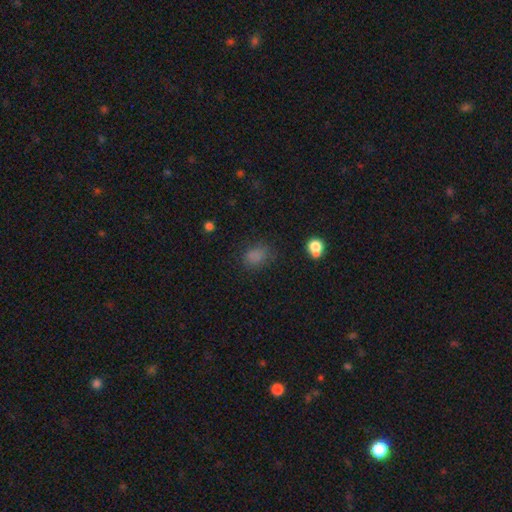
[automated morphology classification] The model was most divided on "how rounded": in between: 67%, round: 31%, cigar-shaped: 2%. More confident: smooth or featured — smooth (79%); merging — none (72%).